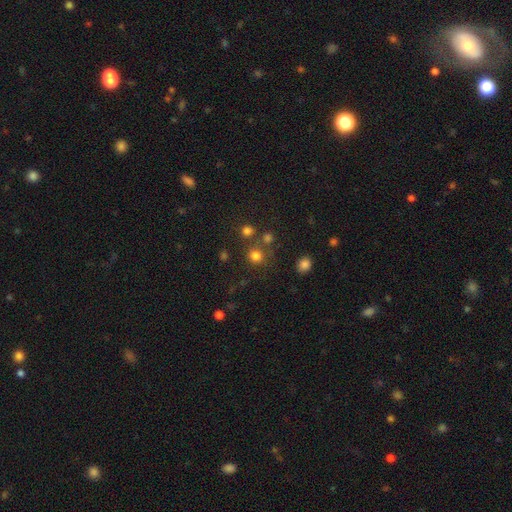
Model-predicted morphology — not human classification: This appears to be a smooth galaxy with no disk features (76%) that is round (89%). Merging: none (71%).